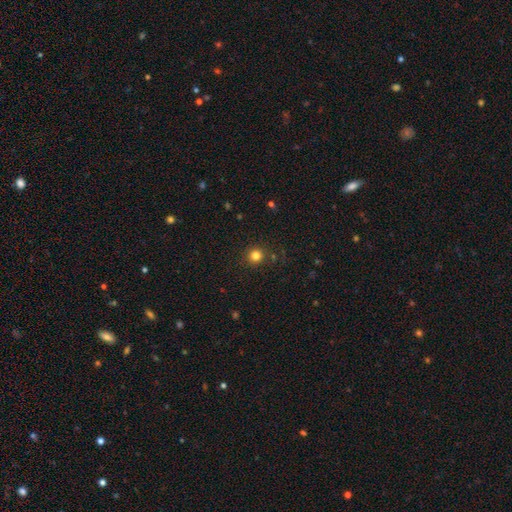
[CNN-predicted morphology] Smooth or featured? Predicted: smooth (p=0.81). How rounded? Predicted: round (p=0.93). Merging? Predicted: none (p=0.89).